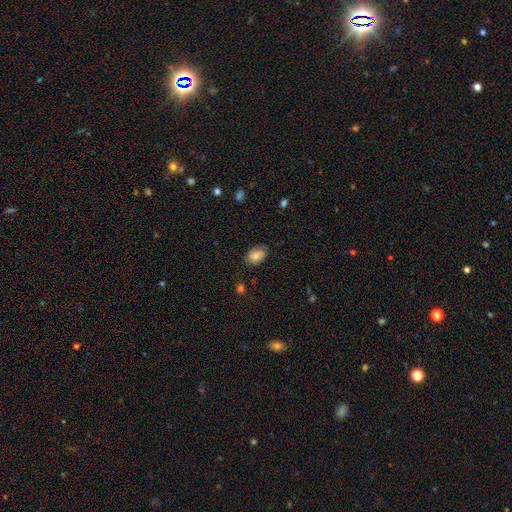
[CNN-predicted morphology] A smooth galaxy with no disk features (70%) that is in between round and cigar-shaped (77%).

Vote fractions:
- Smooth or featured? smooth: 70% / featured or disk: 20% / star or artifact: 10%
- How rounded? in between: 77% / round: 21% / cigar-shaped: 1%
- Merging? none: 72% / minor disturbance: 22% / major disturbance: 5% / merger: 1%